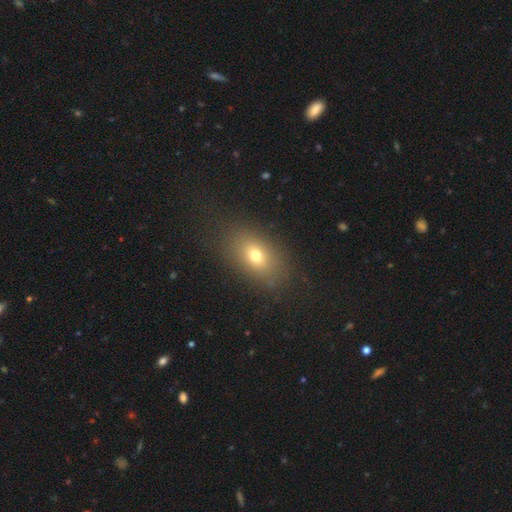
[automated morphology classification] Smooth or featured: smooth — 70% (featured or disk — 15%)
How rounded: in between — 80% (round — 17%)
Merging: none — 83% (minor disturbance — 10%)